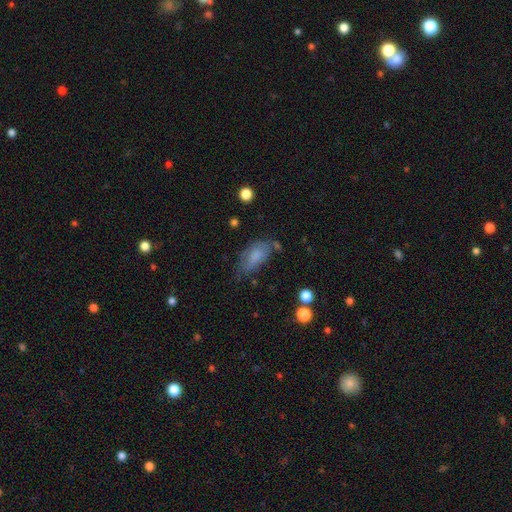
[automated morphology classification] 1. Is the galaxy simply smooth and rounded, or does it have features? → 72% smooth, 20% featured or disk, 9% star or artifact.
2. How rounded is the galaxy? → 88% in between, 9% cigar-shaped, 3% round.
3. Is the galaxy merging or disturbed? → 51% none, 31% minor disturbance, 13% major disturbance, 5% merger.